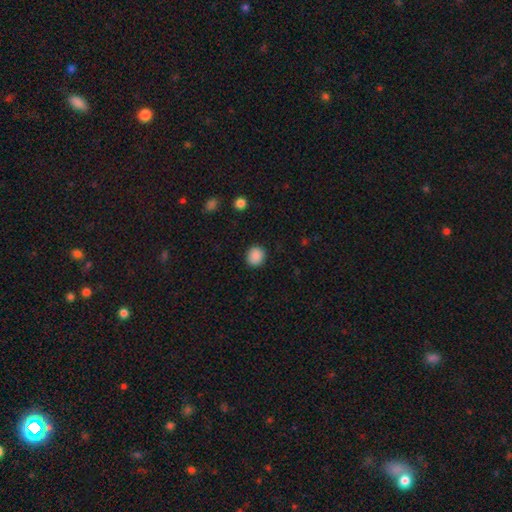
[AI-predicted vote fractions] This appears to be a smooth galaxy with no disk features (89%) that is round (83%). Merging: none (90%).